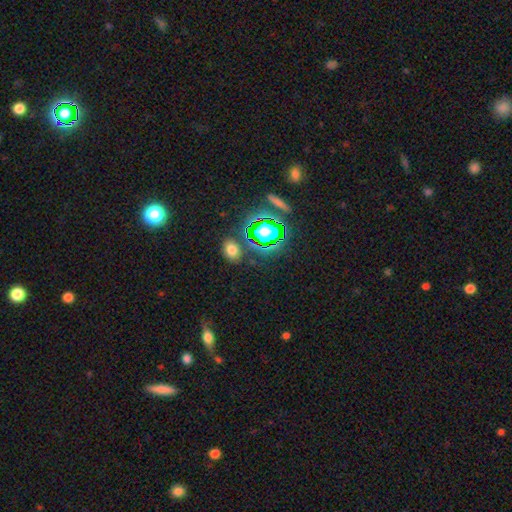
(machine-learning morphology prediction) Smooth or featured? Predicted: star or artifact (p=0.76).